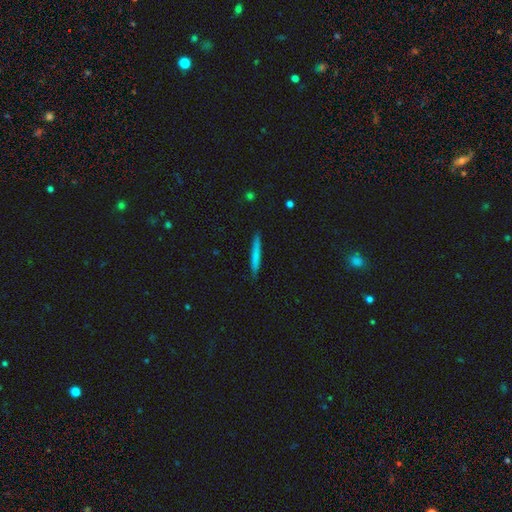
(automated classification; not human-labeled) Smooth or featured?
  - smooth: 72% *
  - featured or disk: 22%
  - star or artifact: 6%
How rounded?
  - cigar-shaped: 96% *
  - in between: 3%
  - round: 1%
Merging?
  - none: 90% *
  - minor disturbance: 7%
  - major disturbance: 1%
  - merger: 1%